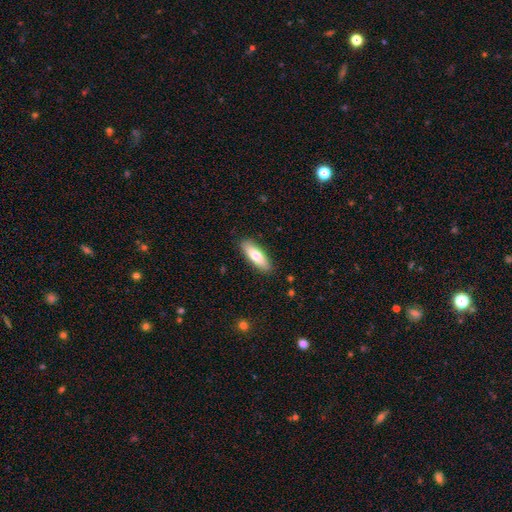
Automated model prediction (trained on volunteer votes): smooth-or-featured: smooth: 73% | featured or disk: 21% | star or artifact: 6%
  how-rounded: in between: 58% | cigar-shaped: 40% | round: 2%
  merging: none: 88% | minor disturbance: 9% | major disturbance: 2% | merger: 1%